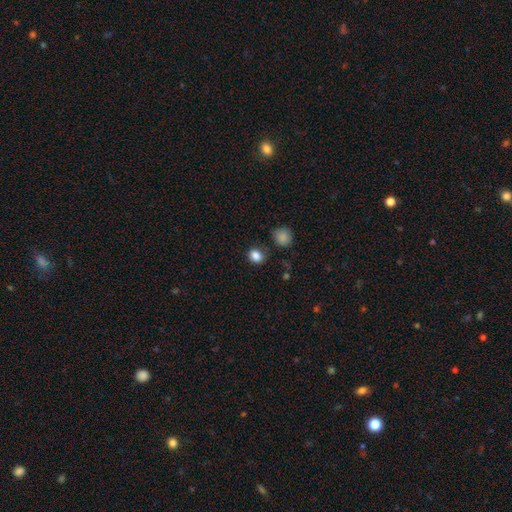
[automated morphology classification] Smooth or featured: smooth — 85% (star or artifact — 11%)
How rounded: in between — 53% (round — 46%)
Merging: none — 79% (minor disturbance — 14%)